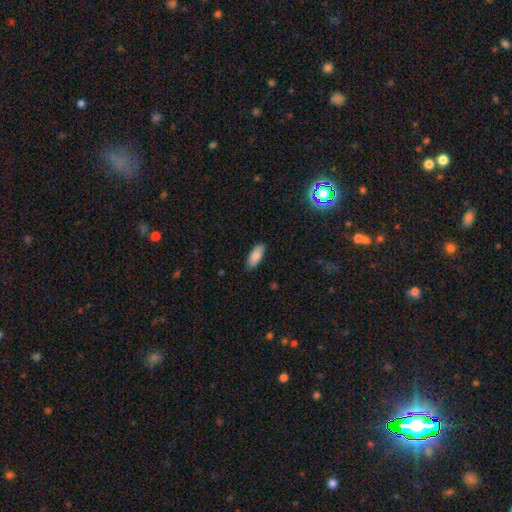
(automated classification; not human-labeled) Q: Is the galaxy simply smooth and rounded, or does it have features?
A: smooth — 87%.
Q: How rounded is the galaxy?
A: in between — 81%.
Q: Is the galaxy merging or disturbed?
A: none — 86%.